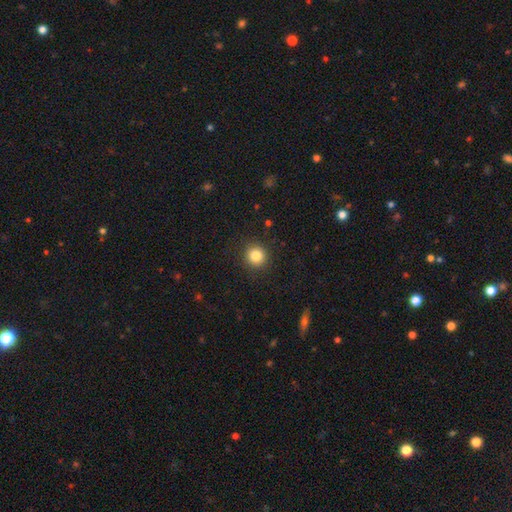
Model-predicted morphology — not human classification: Overall: smooth (83%). How rounded: round (92%). Merging: none (91%).